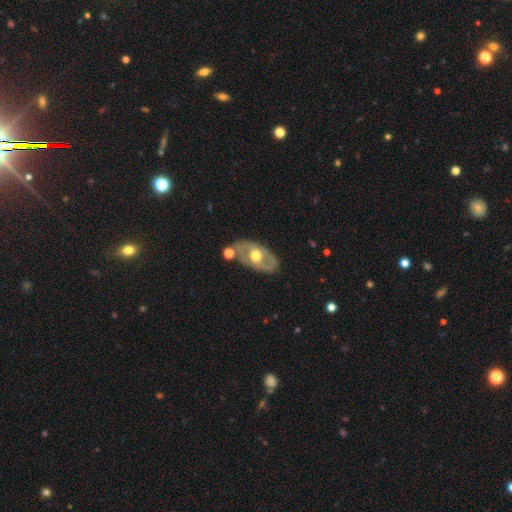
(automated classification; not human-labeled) Smooth or featured?
  - featured or disk: 67% *
  - smooth: 28%
  - star or artifact: 5%
Edge-on disk?
  - no: 89% *
  - yes: 11%
Bar?
  - no: 70% *
  - weak: 21%
  - strong: 9%
Spiral arms?
  - no: 60% *
  - yes: 40%
Bulge size?
  - moderate: 74% *
  - large: 17%
  - small: 7%
  - dominant: 1%
  - none: 1%
Merging?
  - none: 73% *
  - minor disturbance: 15%
  - merger: 7%
  - major disturbance: 5%